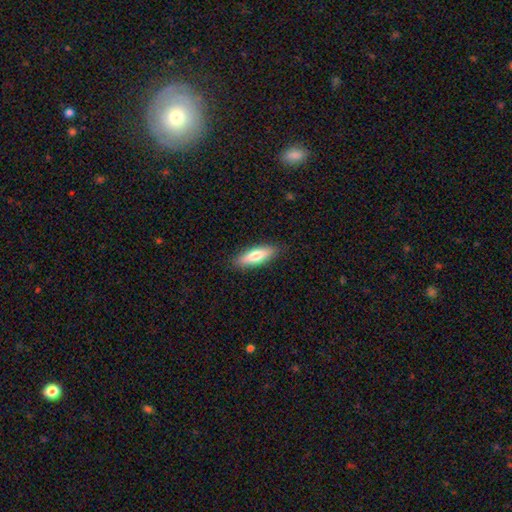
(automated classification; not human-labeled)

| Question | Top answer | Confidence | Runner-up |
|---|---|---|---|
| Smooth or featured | smooth | 74% | featured or disk (20%) |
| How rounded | cigar-shaped | 49% | tied: in between (49%) |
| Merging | none | 88% | minor disturbance (9%) |